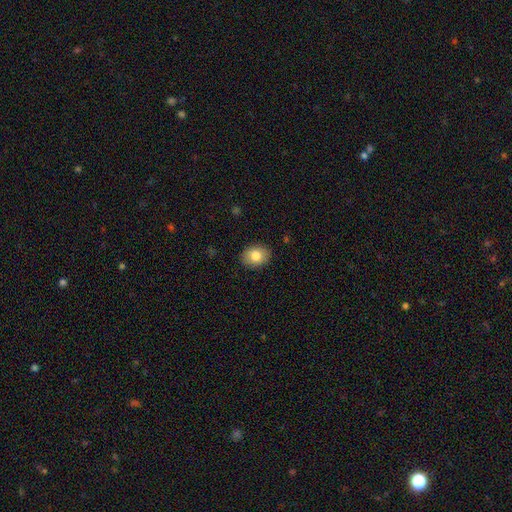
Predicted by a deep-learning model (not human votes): A smooth galaxy with no disk features (82%) that is in between round and cigar-shaped (58%). Merging: none (88%).